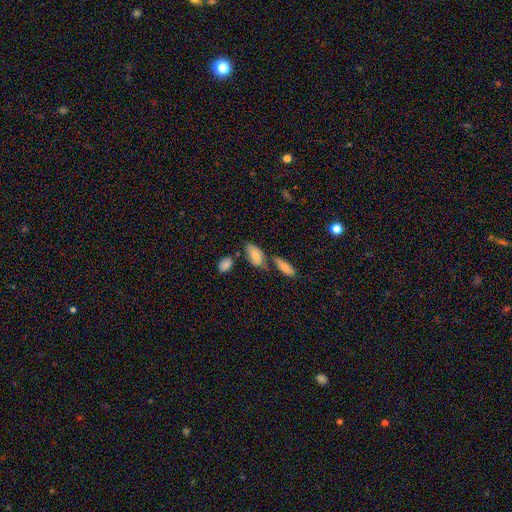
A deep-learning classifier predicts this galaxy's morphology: The model was most divided on "merging": none: 47%, merger: 26%, minor disturbance: 20%, major disturbance: 7%. More confident: how rounded — in between (90%); smooth or featured — smooth (69%).